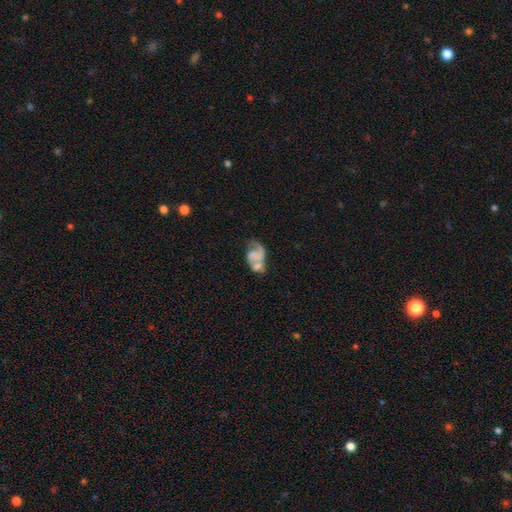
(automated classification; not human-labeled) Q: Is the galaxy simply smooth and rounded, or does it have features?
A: featured or disk — 57%.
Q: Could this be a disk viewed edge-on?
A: no — 98%.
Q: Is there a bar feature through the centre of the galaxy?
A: no — 74%.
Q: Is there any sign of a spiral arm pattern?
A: yes — 62%.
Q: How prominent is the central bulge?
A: none — 57%.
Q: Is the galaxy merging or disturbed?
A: merger — 41%.